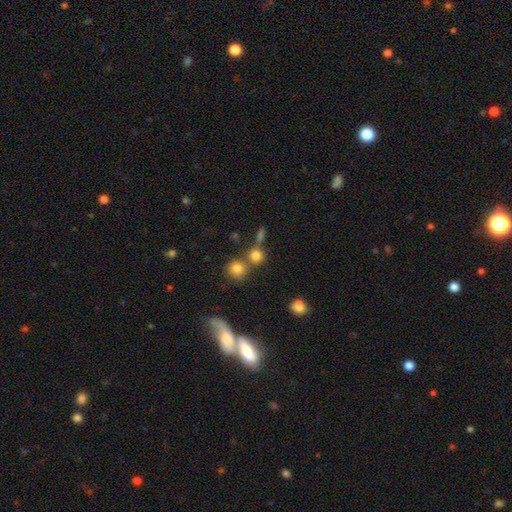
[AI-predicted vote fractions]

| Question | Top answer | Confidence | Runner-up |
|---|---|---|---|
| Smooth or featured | smooth | 77% | star or artifact (14%) |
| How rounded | round | 85% | in between (14%) |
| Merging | none | 57% | merger (30%) |